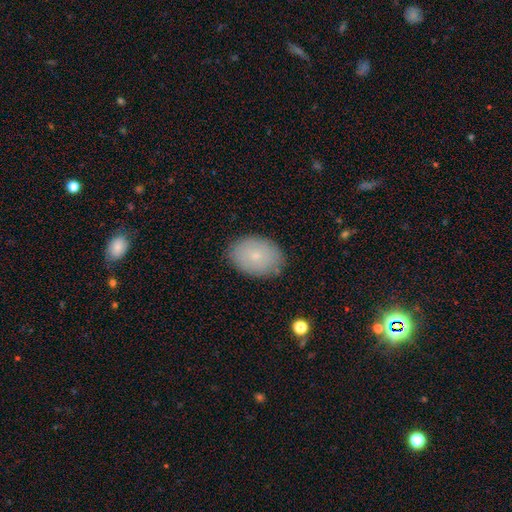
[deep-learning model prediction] Morphology: type=smooth (78%); roundness=in between (80%); merging=none (84%).